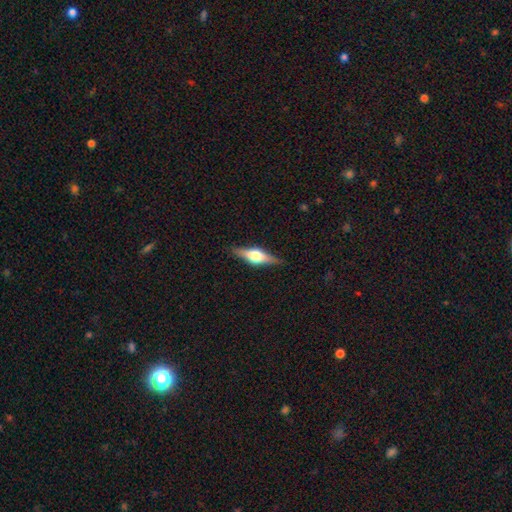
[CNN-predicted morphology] Smooth or featured? featured or disk (67%)
Edge-on disk? yes (96%)
Edge-on bulge? rounded (91%)
Merging? none (88%)